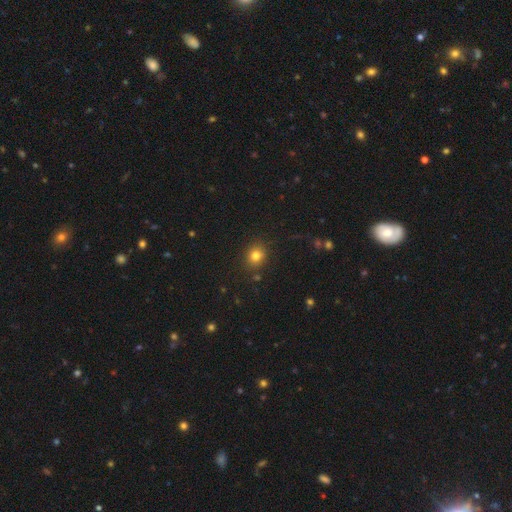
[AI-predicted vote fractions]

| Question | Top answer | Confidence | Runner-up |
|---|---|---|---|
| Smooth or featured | smooth | 80% | star or artifact (14%) |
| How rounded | round | 77% | in between (22%) |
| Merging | none | 86% | minor disturbance (9%) |